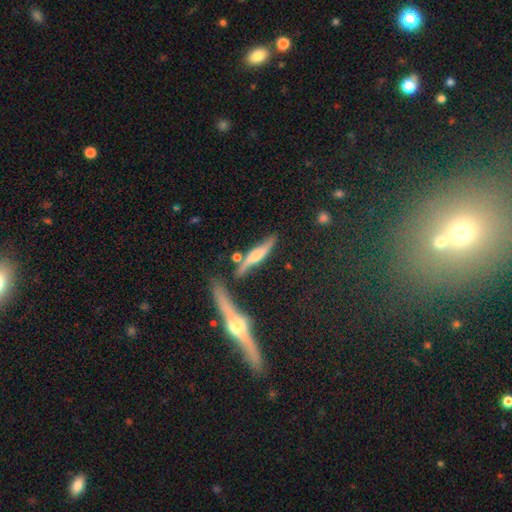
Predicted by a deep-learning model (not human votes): Smooth or featured? Predicted: featured or disk (p=0.60). Edge-on disk? Predicted: yes (p=0.73). Merging? Predicted: none (p=0.60).